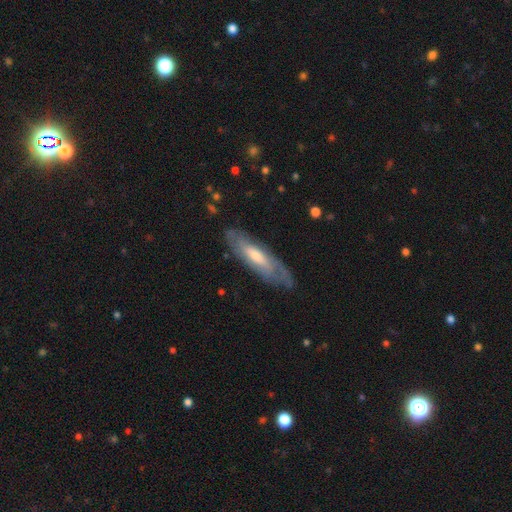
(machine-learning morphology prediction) The model was most divided on "smooth or featured": featured or disk: 60%, smooth: 35%, star or artifact: 6%. More confident: merging — none (76%); edge-on disk — no (63%).